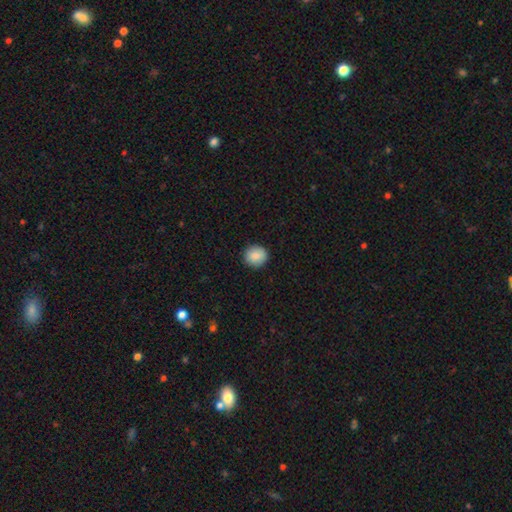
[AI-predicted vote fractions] Q: Smooth or featured?
A: smooth (87%); runner-up: star or artifact (8%)
Q: How rounded?
A: round (90%); runner-up: in between (9%)
Q: Merging?
A: none (91%); runner-up: minor disturbance (6%)